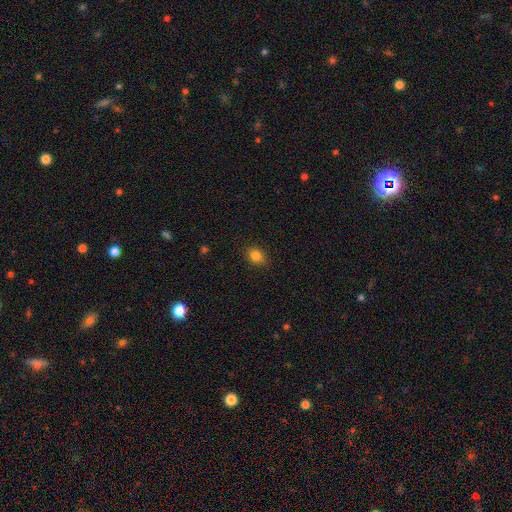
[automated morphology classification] smooth-or-featured: smooth: 83% | star or artifact: 11% | featured or disk: 5%
  how-rounded: in between: 56% | round: 43% | cigar-shaped: 1%
  merging: none: 84% | minor disturbance: 12% | major disturbance: 3% | merger: 1%